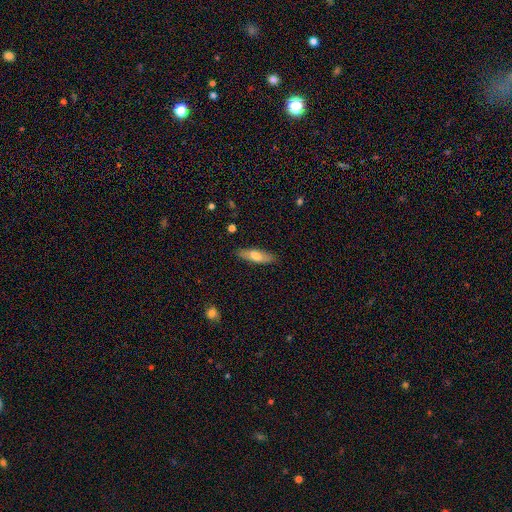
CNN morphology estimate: Overall: smooth (67%; featured or disk 27%). How rounded: in between (52%; cigar-shaped 46%). Merging: none (87%).